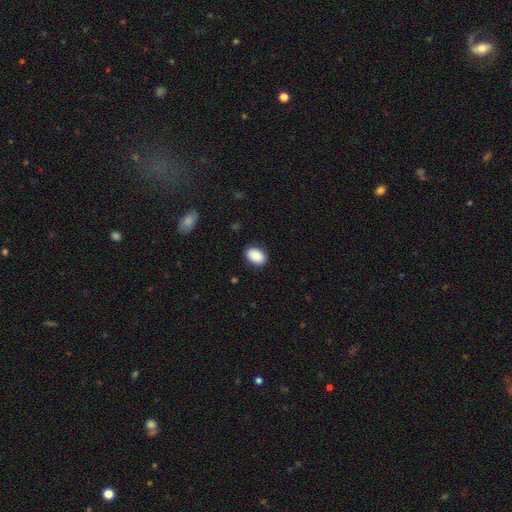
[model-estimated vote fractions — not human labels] smooth 90%, star or artifact 7%, featured or disk 3%. Down the decision tree: how rounded — in between (86%); merging — none (88%).